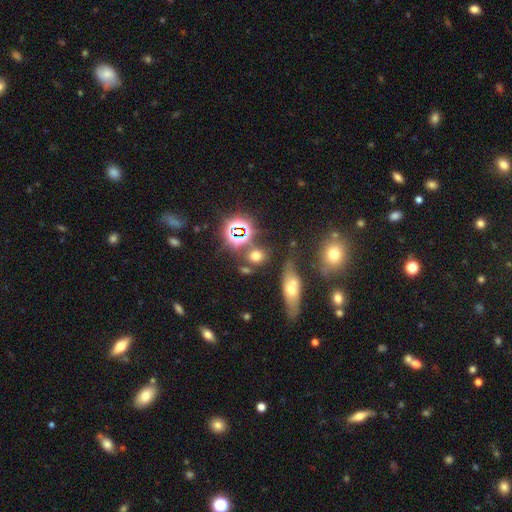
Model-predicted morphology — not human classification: This appears to be a smooth galaxy with no disk features (57%) that is round (56%). Merging: none (66%).